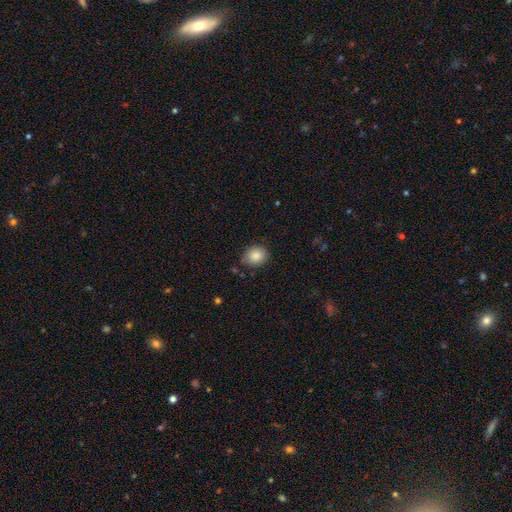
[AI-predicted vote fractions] Smooth or featured? smooth (86%)
How rounded? round (67%)
Merging? none (84%)